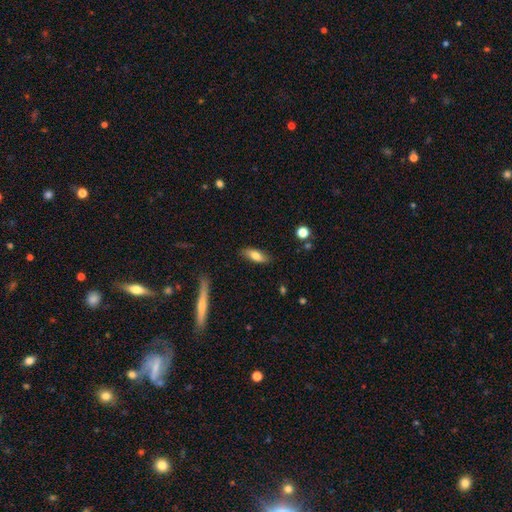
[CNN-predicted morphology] smooth 72%, featured or disk 21%, star or artifact 7%. Down the decision tree: how rounded — in between (66%); merging — none (83%).